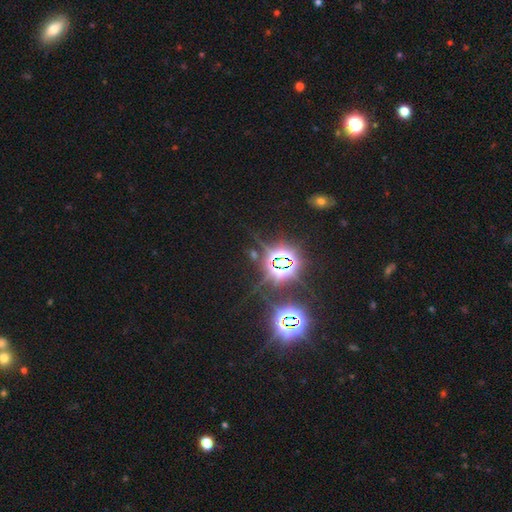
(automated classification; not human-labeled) Smooth or featured? Predicted: star or artifact (p=0.85).